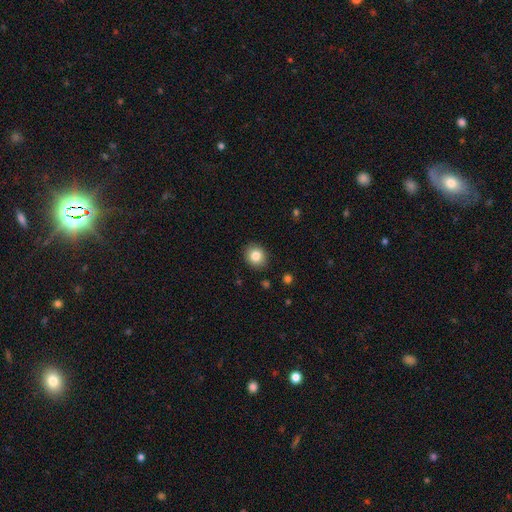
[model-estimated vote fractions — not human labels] A smooth galaxy with no disk features (84%) that is round (73%).

Vote fractions:
- Smooth or featured? smooth: 84% / star or artifact: 9% / featured or disk: 7%
- How rounded? round: 73% / in between: 26% / cigar-shaped: 1%
- Merging? none: 89% / minor disturbance: 8% / major disturbance: 2% / merger: 1%